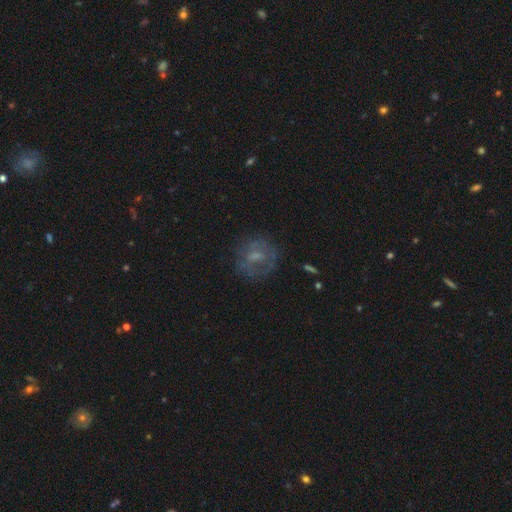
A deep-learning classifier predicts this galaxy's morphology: This is possibly a featured or disk galaxy (48%). Merging: likely none (70%).